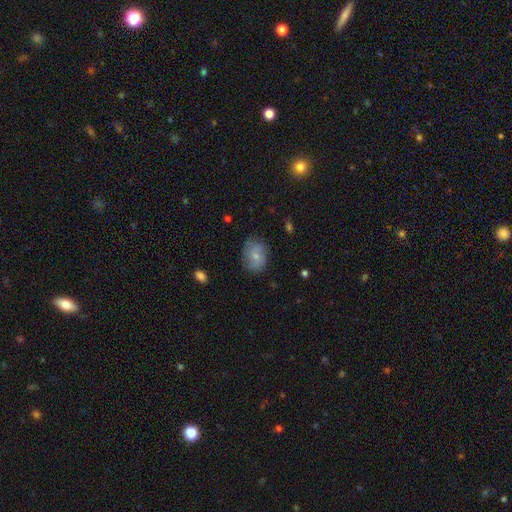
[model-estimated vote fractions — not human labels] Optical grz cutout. It shows a smooth galaxy with no disk features (68%) that is in between round and cigar-shaped (60%). Merging: none (72%).